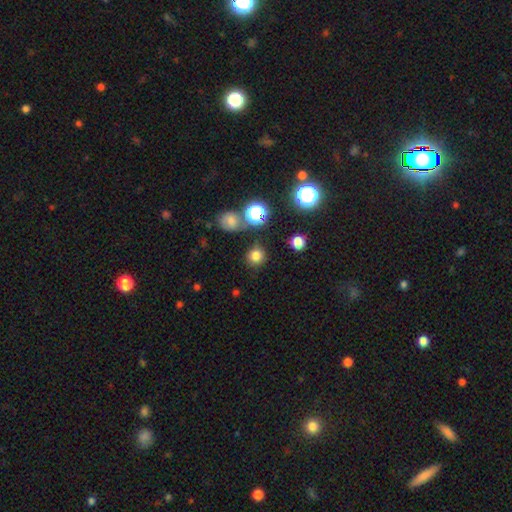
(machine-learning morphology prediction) A smooth galaxy with no disk features (76%) that is round (89%).

Vote fractions:
- Smooth or featured? smooth: 76% / star or artifact: 18% / featured or disk: 6%
- How rounded? round: 89% / in between: 10% / cigar-shaped: 1%
- Merging? none: 82% / minor disturbance: 9% / merger: 5% / major disturbance: 3%